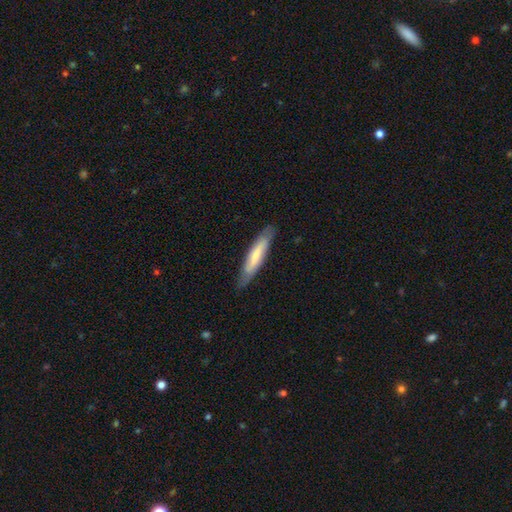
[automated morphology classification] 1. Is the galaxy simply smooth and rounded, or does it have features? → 58% smooth, 37% featured or disk, 5% star or artifact.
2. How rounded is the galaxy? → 82% cigar-shaped, 17% in between, 1% round.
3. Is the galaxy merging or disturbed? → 80% none, 16% minor disturbance, 3% major disturbance, 1% merger.